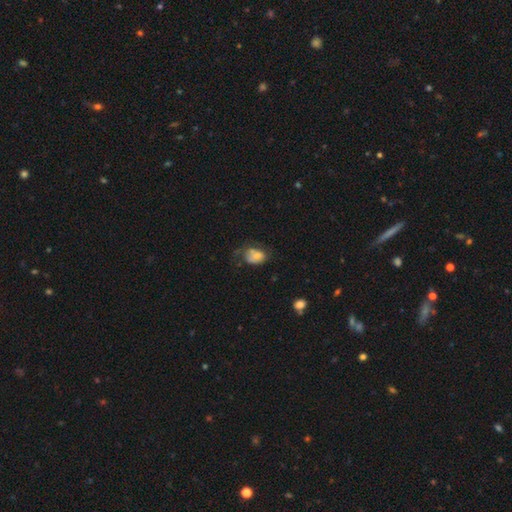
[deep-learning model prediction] The model was most divided on "merging": none: 33%, minor disturbance: 31%, major disturbance: 29%, merger: 8%. More confident: how rounded — in between (75%); smooth or featured — smooth (69%).